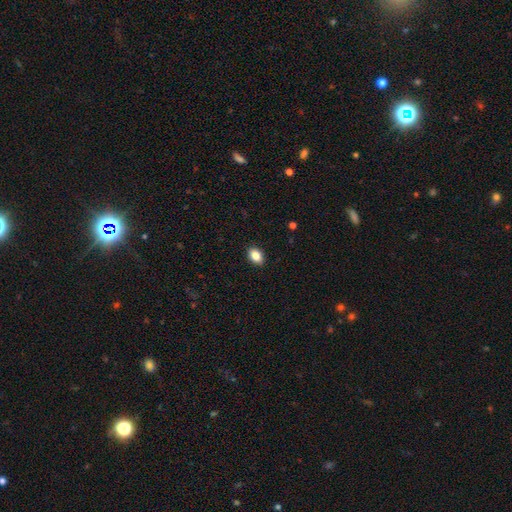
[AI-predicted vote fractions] smooth 86%, star or artifact 9%, featured or disk 6%. Down the decision tree: how rounded — in between (79%); merging — none (90%).